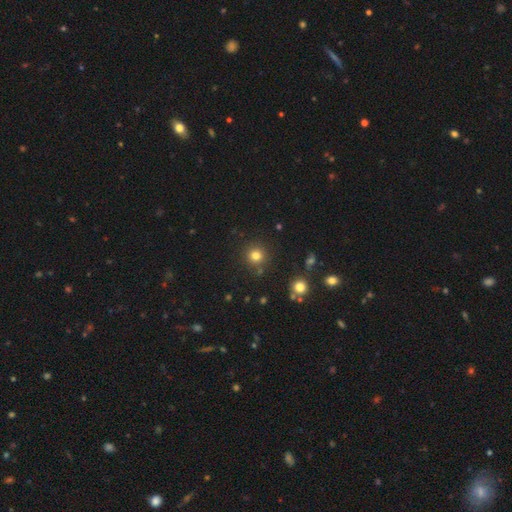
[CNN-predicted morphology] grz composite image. It shows a smooth galaxy with no disk features (78%) that is round (93%). Merging: none (86%).